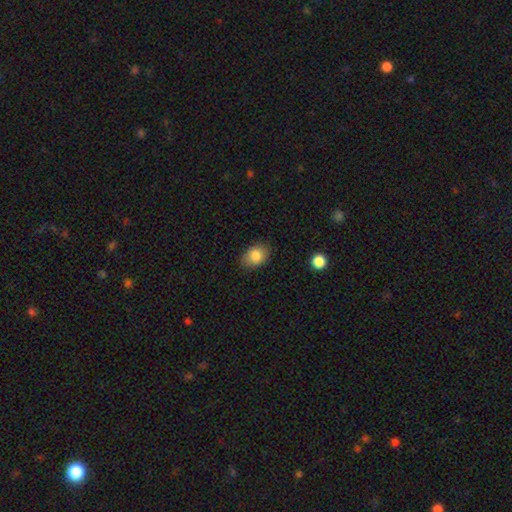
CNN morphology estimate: A smooth galaxy with no disk features (85%) that is in between round and cigar-shaped (76%). Merging: none (83%).